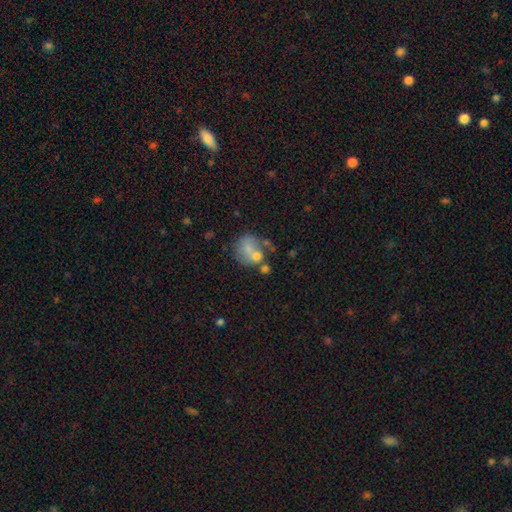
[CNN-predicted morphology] A smooth galaxy with no disk features (63%) that is round (70%).

Vote fractions:
- Smooth or featured? smooth: 63% / featured or disk: 26% / star or artifact: 11%
- How rounded? round: 70% / in between: 29% / cigar-shaped: 1%
- Merging? none: 37% / merger: 32% / minor disturbance: 17% / major disturbance: 13%